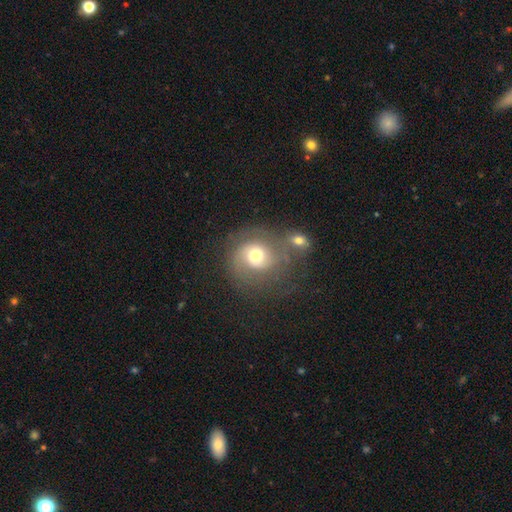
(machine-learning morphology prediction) Smooth or featured?
  - featured or disk: 52% *
  - smooth: 38%
  - star or artifact: 10%
Edge-on disk?
  - no: 97% *
  - yes: 3%
Bar?
  - no: 76% *
  - weak: 20%
  - strong: 4%
Spiral arms?
  - yes: 81% *
  - no: 19%
Bulge size?
  - moderate: 67% *
  - large: 19%
  - small: 10%
  - dominant: 2%
  - none: 1%
Merging?
  - none: 43% *
  - merger: 29%
  - minor disturbance: 14%
  - major disturbance: 13%